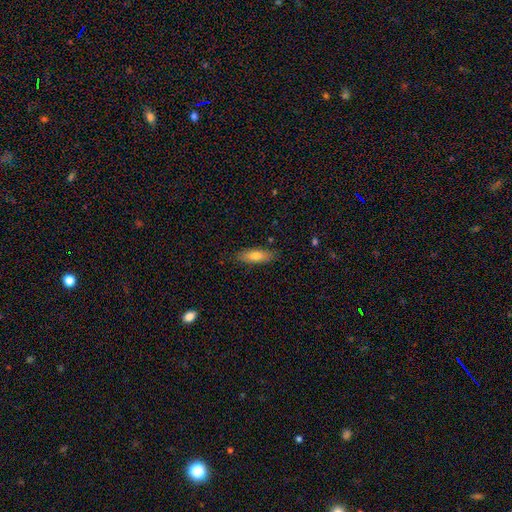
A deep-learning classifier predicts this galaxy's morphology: type=smooth (74%); roundness=in between (59%); merging=none (84%).